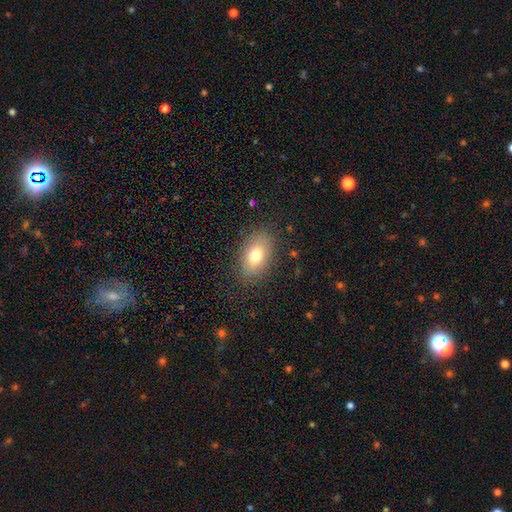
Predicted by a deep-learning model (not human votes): smooth-or-featured: smooth: 74% | featured or disk: 17% | star or artifact: 9%
  how-rounded: in between: 87% | round: 11% | cigar-shaped: 2%
  merging: none: 84% | minor disturbance: 11% | major disturbance: 4% | merger: 1%